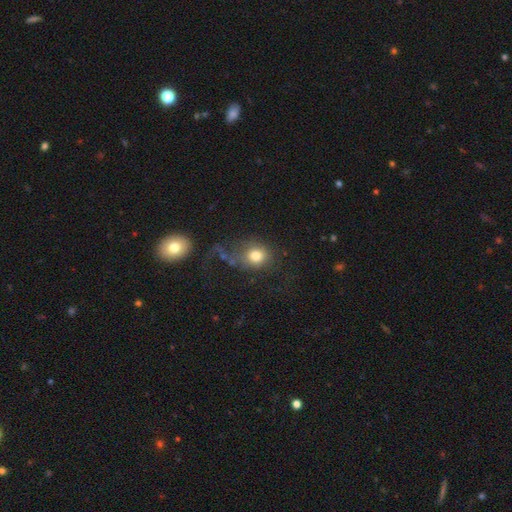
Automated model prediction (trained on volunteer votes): This appears to be a smooth galaxy with no disk features (77%) that is round (68%). Merging: none (47%).